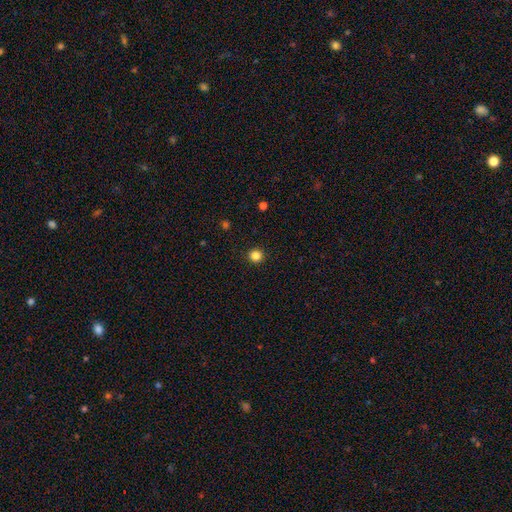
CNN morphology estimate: type=smooth (83%); roundness=round (95%); merging=none (93%).